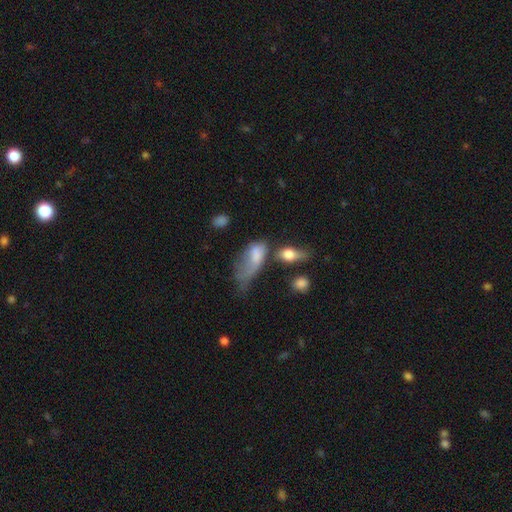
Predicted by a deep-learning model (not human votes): Smooth or featured?
  - smooth: 67% *
  - featured or disk: 24%
  - star or artifact: 9%
How rounded?
  - in between: 83% *
  - cigar-shaped: 11%
  - round: 6%
Merging?
  - major disturbance: 44% *
  - minor disturbance: 22%
  - merger: 19%
  - none: 15%